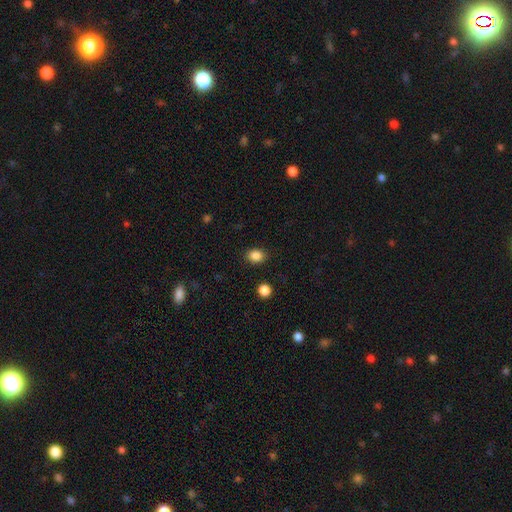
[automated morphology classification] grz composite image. It shows a smooth galaxy with no disk features (86%) that is in between round and cigar-shaped (52%). Merging: none (88%).